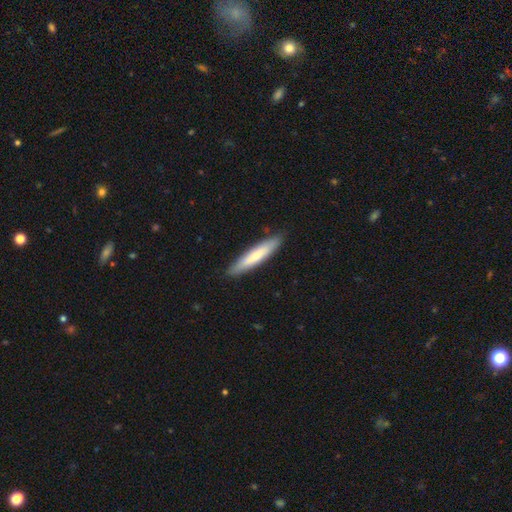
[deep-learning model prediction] Morphology: type=smooth (67%); roundness=cigar-shaped (88%); merging=none (89%).